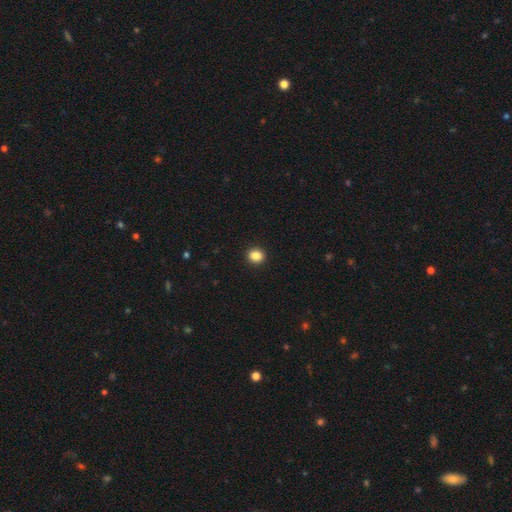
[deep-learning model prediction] smooth 86%, star or artifact 10%, featured or disk 3%. Down the decision tree: how rounded — round (81%); merging — none (93%).